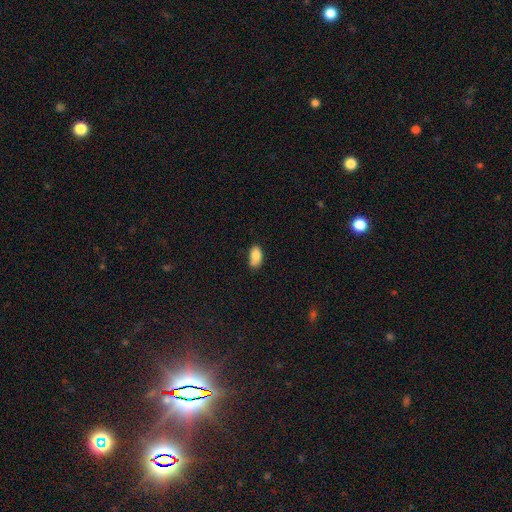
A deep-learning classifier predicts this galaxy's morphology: Smooth or featured: smooth — 85% (star or artifact — 8%)
How rounded: in between — 92% (round — 6%)
Merging: none — 60% (minor disturbance — 29%)